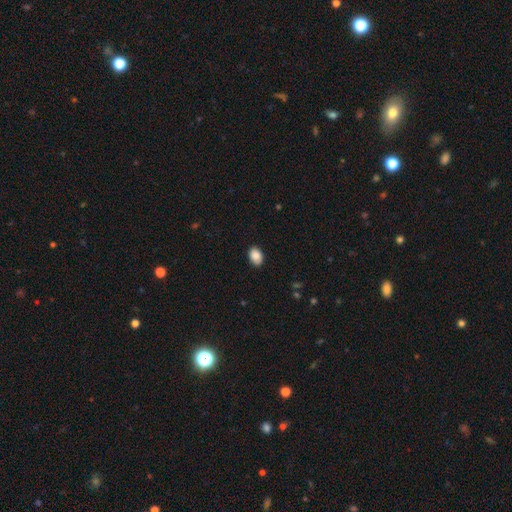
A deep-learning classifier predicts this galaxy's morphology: A smooth galaxy with no disk features (87%) that is in between round and cigar-shaped (83%). Merging: none (86%).